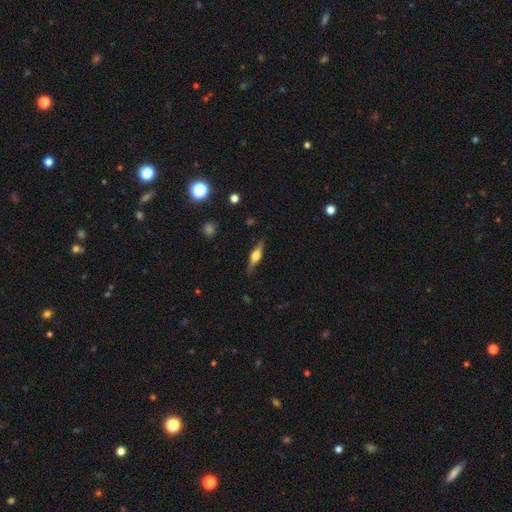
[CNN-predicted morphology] Smooth or featured?
  - featured or disk: 62% *
  - smooth: 31%
  - star or artifact: 7%
Edge-on disk?
  - yes: 95% *
  - no: 5%
Edge-on bulge?
  - rounded: 91% *
  - boxy: 7%
  - none: 2%
Merging?
  - none: 85% *
  - minor disturbance: 11%
  - major disturbance: 3%
  - merger: 1%